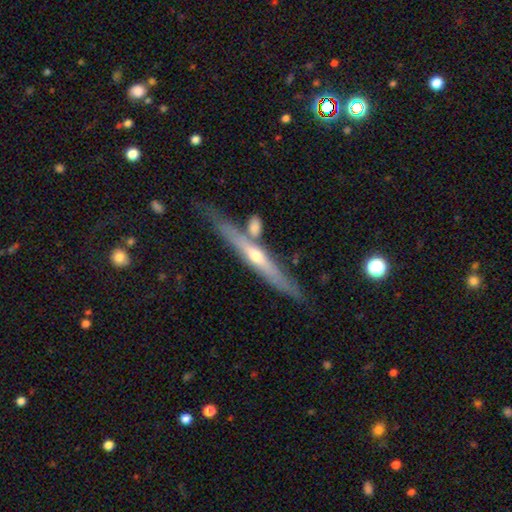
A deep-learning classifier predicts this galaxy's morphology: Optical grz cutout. It shows a featured or disk galaxy (72%) viewed edge-on (93%) with a rounded central bulge (78%). Merging: none (73%).